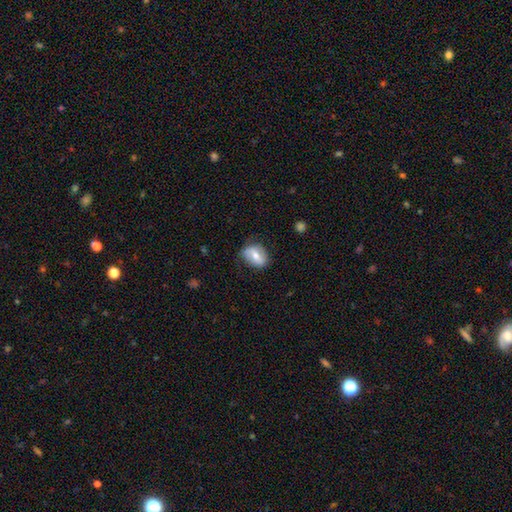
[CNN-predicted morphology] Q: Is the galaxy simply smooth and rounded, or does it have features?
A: smooth — 48%.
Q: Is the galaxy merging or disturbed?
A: none — 73%.